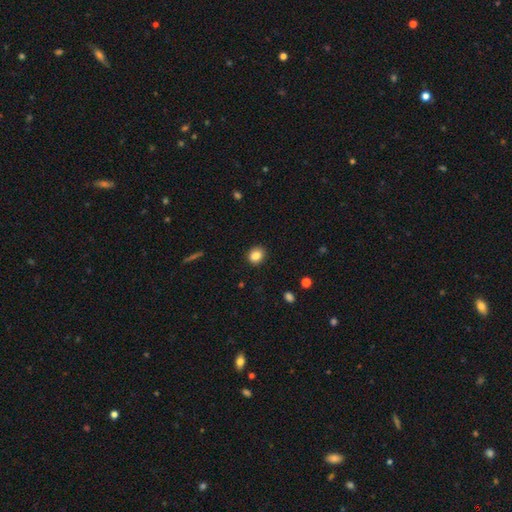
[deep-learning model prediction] Overall: smooth (85%). How rounded: round (71%). Merging: none (90%).